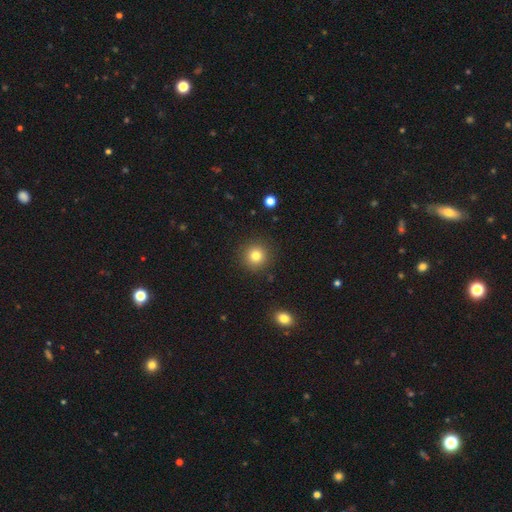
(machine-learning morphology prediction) smooth_or_featured: smooth (p=0.80) [alt: star or artifact p=0.12]
how_rounded: round (p=0.94) [alt: in between p=0.05]
merging: none (p=0.90) [alt: minor disturbance p=0.06]